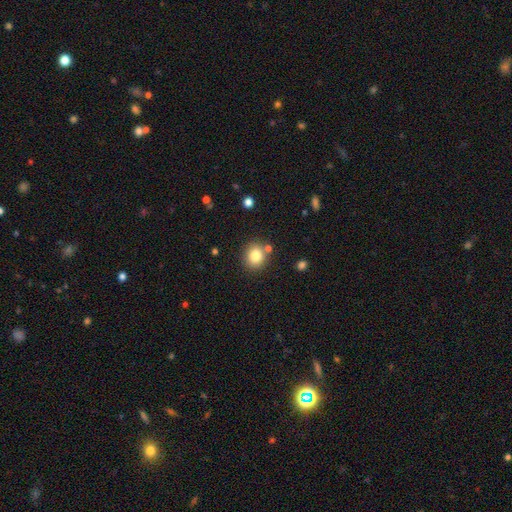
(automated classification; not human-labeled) Smooth or featured: smooth — 81% (star or artifact — 11%)
How rounded: round — 79% (in between — 20%)
Merging: none — 80% (minor disturbance — 9%)